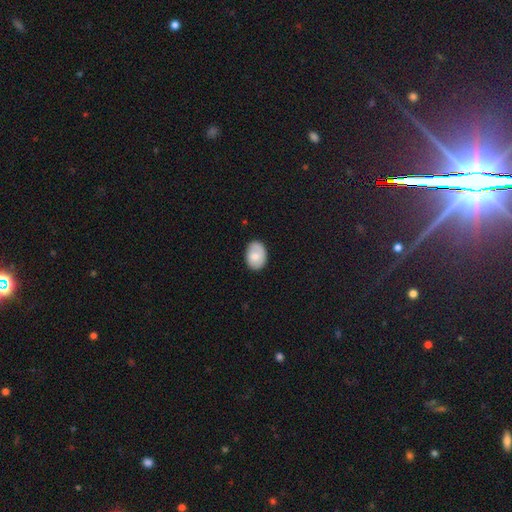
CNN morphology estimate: Overall: smooth (77%). How rounded: in between (79%). Merging: none (75%).